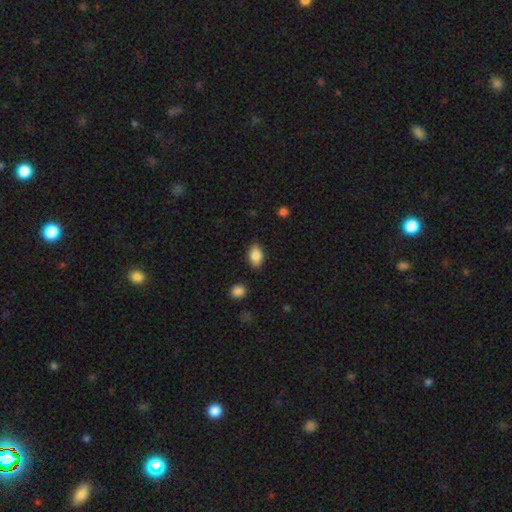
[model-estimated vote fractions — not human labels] Q: Smooth or featured?
A: smooth (86%); runner-up: star or artifact (8%)
Q: How rounded?
A: in between (89%); runner-up: round (9%)
Q: Merging?
A: none (85%); runner-up: minor disturbance (11%)